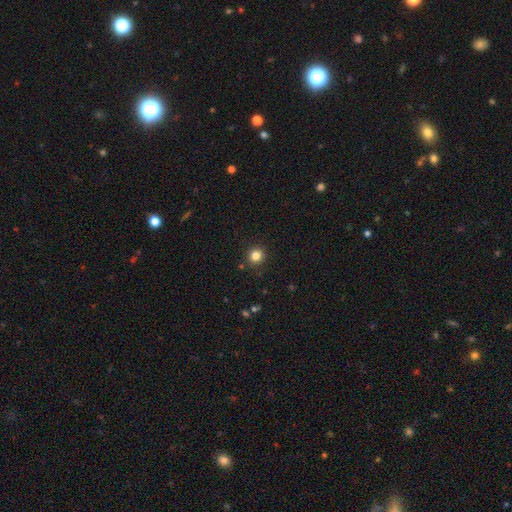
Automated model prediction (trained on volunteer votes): smooth 82%, star or artifact 13%, featured or disk 5%. Down the decision tree: how rounded — round (90%); merging — none (90%).